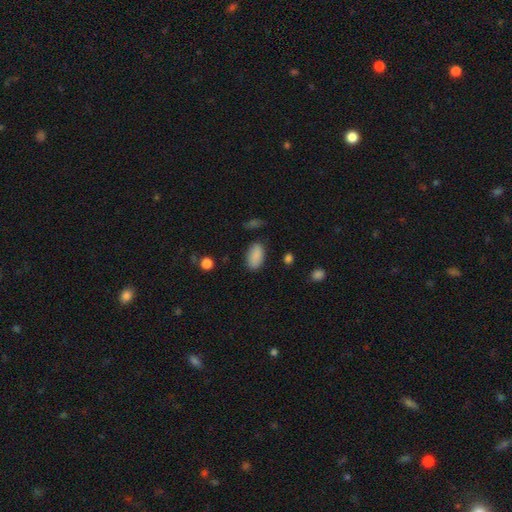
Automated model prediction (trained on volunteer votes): Q: Smooth or featured?
A: smooth (89%); runner-up: star or artifact (7%)
Q: How rounded?
A: in between (94%); runner-up: round (4%)
Q: Merging?
A: none (84%); runner-up: minor disturbance (11%)